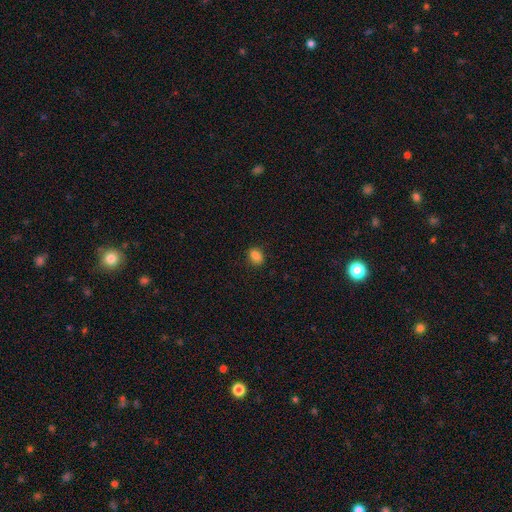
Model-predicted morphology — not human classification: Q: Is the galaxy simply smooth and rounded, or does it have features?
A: smooth — 84%.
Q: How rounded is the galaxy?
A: in between — 74%.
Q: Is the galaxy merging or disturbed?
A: none — 82%.